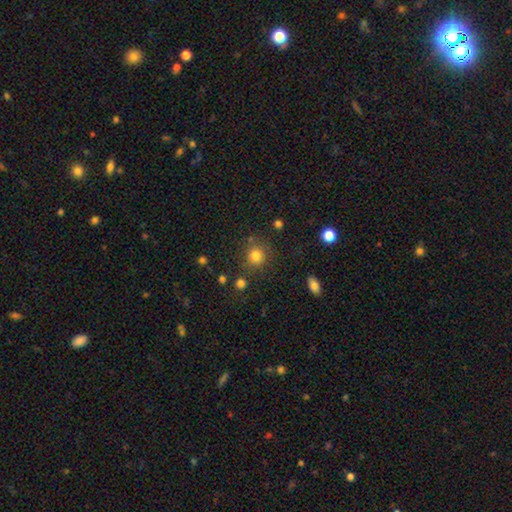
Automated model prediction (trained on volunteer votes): Q: Smooth or featured?
A: smooth (81%); runner-up: star or artifact (13%)
Q: How rounded?
A: round (91%); runner-up: in between (8%)
Q: Merging?
A: none (80%); runner-up: minor disturbance (10%)